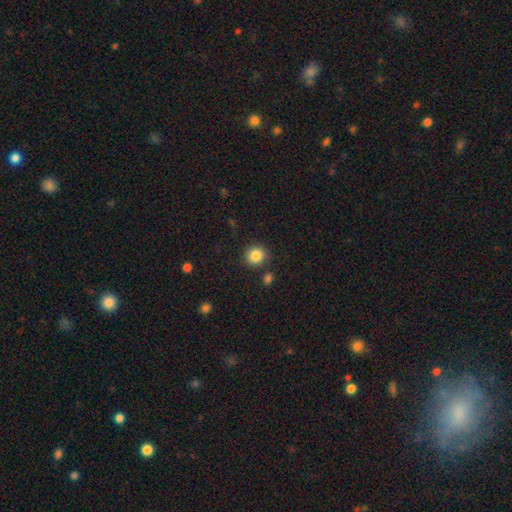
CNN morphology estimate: This is clearly a smooth galaxy (85%). How rounded: clearly round (88%). Merging: clearly none (86%).